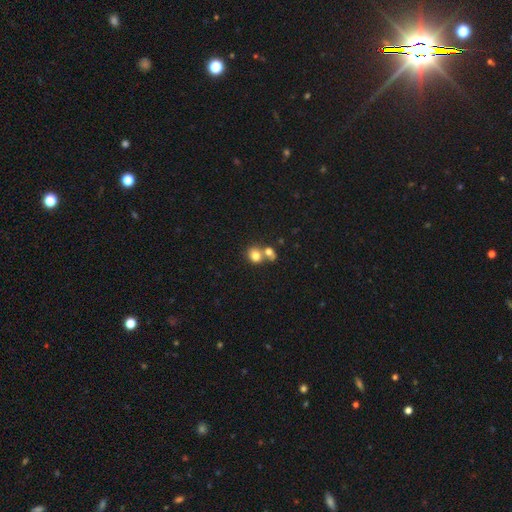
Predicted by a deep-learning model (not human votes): Smooth or featured? Predicted: smooth (p=0.78). How rounded? Predicted: round (p=0.60). Merging? Predicted: merger (p=0.53).